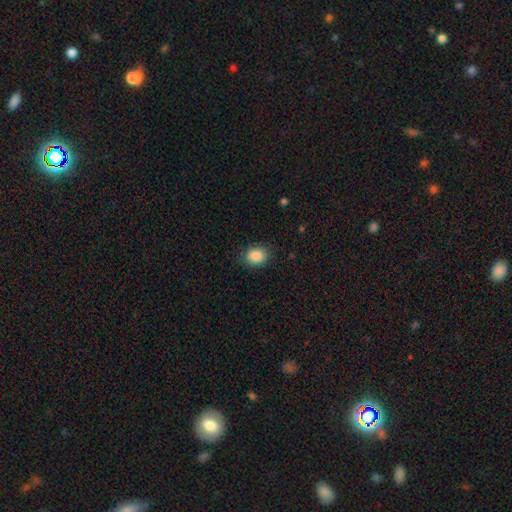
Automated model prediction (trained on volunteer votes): Smooth or featured? smooth (88%)
How rounded? in between (56%)
Merging? none (84%)